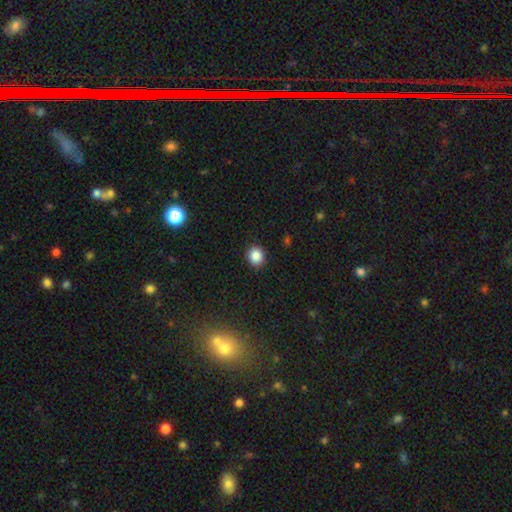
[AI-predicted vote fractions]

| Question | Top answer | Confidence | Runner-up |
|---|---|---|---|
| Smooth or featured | smooth | 87% | star or artifact (10%) |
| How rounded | round | 77% | in between (22%) |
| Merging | none | 90% | minor disturbance (6%) |